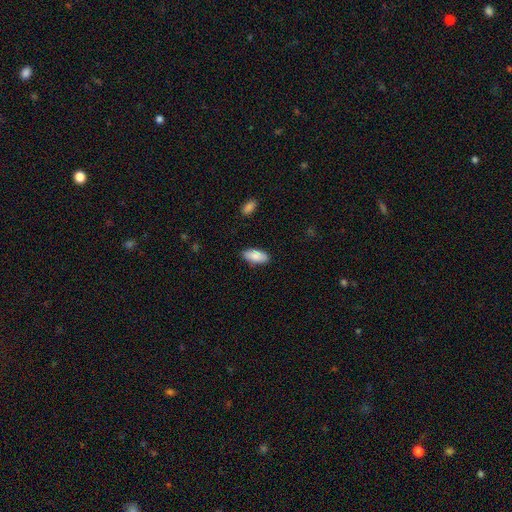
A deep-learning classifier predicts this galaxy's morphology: Smooth or featured: smooth — 87% (featured or disk — 7%)
How rounded: in between — 90% (cigar-shaped — 8%)
Merging: none — 86% (minor disturbance — 10%)